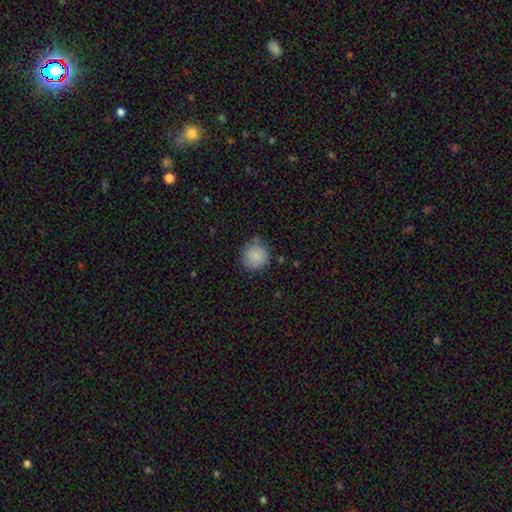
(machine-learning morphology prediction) Smooth or featured?
  - smooth: 87% *
  - star or artifact: 8%
  - featured or disk: 5%
How rounded?
  - round: 88% *
  - in between: 11%
  - cigar-shaped: 1%
Merging?
  - none: 69% *
  - minor disturbance: 24%
  - major disturbance: 5%
  - merger: 2%